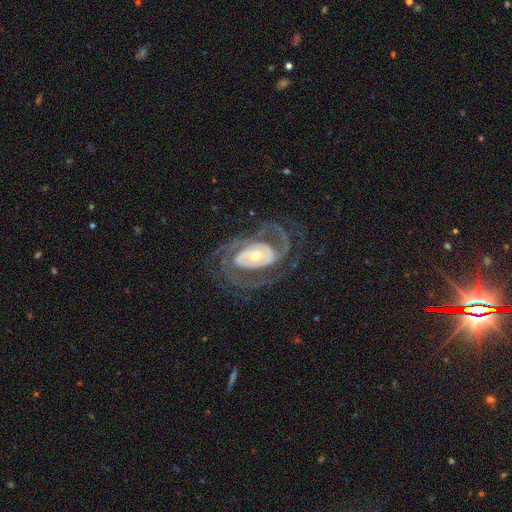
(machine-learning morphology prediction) featured or disk 90%, smooth 5%, star or artifact 5%. Down the decision tree: edge-on disk — no (97%); bar — no (56%); spiral arms — yes (95%); spiral arm count — 2 (48%); spiral winding — medium (44%); bulge size — moderate (58%); merging — none (68%).